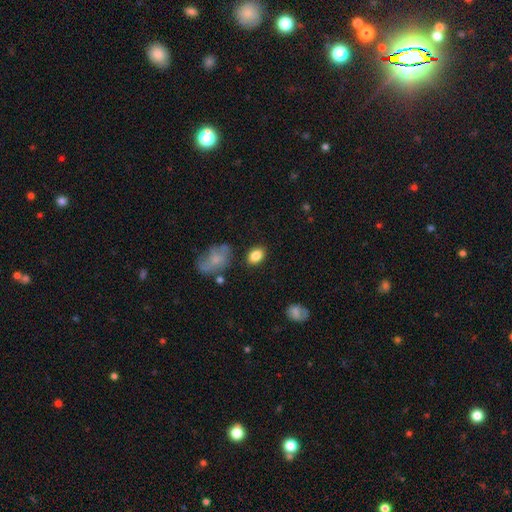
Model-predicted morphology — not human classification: smooth 84%, star or artifact 8%, featured or disk 7%. Down the decision tree: how rounded — in between (78%); merging — none (81%).